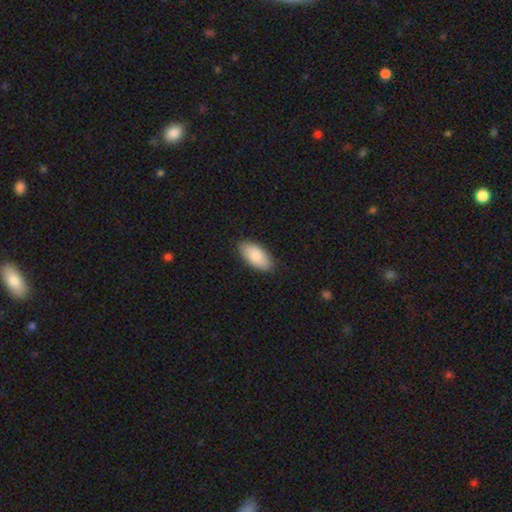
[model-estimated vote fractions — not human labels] This appears to be a smooth galaxy with no disk features (87%) that is in between round and cigar-shaped (93%). Merging: none (88%).